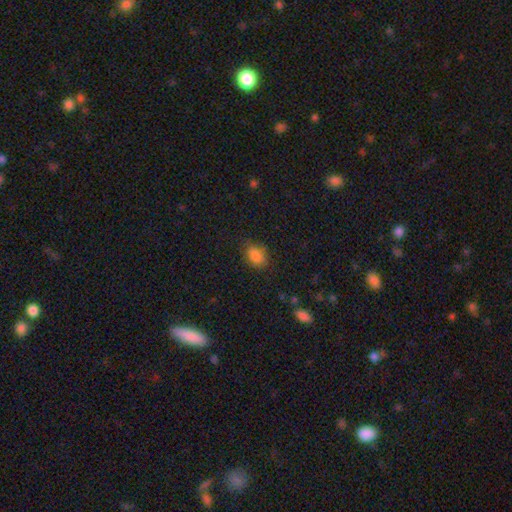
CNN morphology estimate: This appears to be a smooth galaxy with no disk features (83%) that is in between round and cigar-shaped (77%). Merging: none (71%).